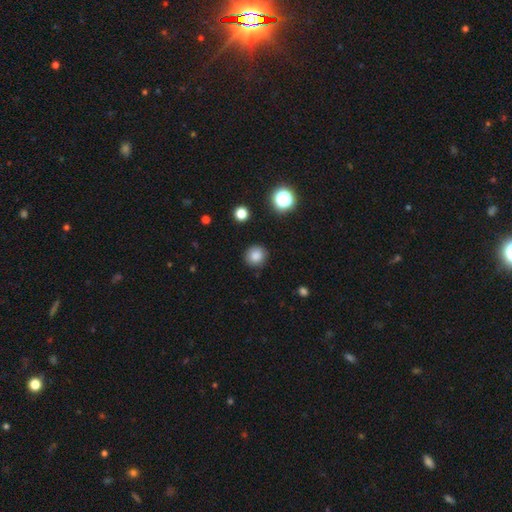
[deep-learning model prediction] Smooth or featured? Predicted: smooth (p=0.84). How rounded? Predicted: round (p=0.90). Merging? Predicted: none (p=0.89).